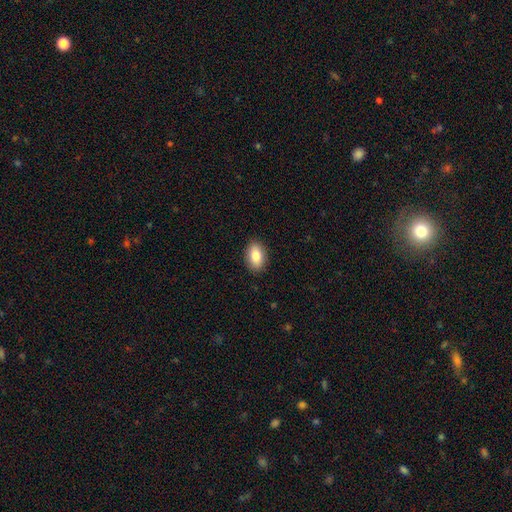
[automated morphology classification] Smooth or featured? Predicted: smooth (p=0.84). How rounded? Predicted: in between (p=0.90). Merging? Predicted: none (p=0.89).